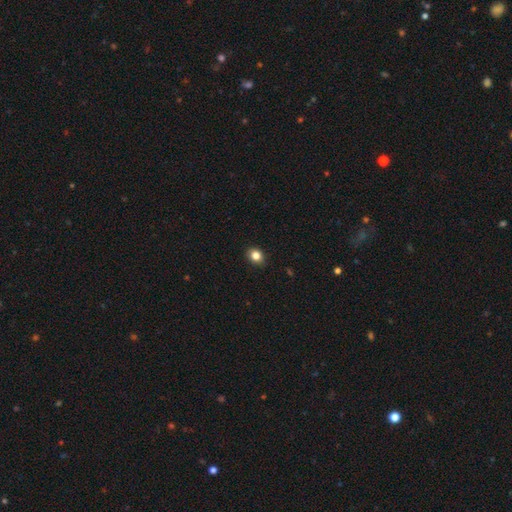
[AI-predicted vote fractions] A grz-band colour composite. It shows a smooth galaxy with no disk features (84%) that is round (63%). Merging: none (90%).